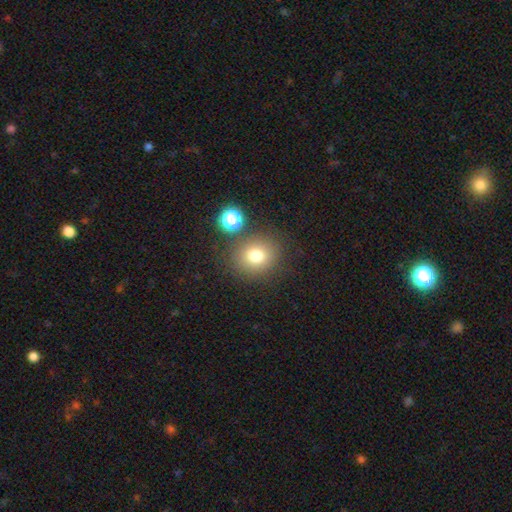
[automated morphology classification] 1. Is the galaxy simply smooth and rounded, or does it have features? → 76% smooth, 15% star or artifact, 9% featured or disk.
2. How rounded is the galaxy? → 79% round, 20% in between, 1% cigar-shaped.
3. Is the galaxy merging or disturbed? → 79% none, 10% minor disturbance, 6% merger, 4% major disturbance.